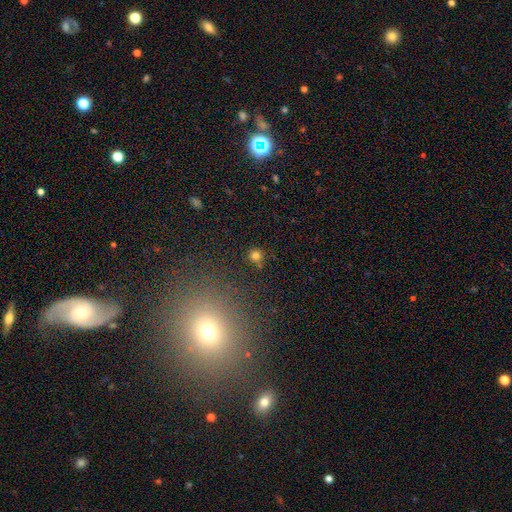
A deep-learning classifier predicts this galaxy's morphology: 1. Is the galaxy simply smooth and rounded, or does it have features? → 76% smooth, 18% star or artifact, 6% featured or disk.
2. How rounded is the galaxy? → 92% round, 7% in between, 1% cigar-shaped.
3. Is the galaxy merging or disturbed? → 78% none, 10% minor disturbance, 9% merger, 4% major disturbance.